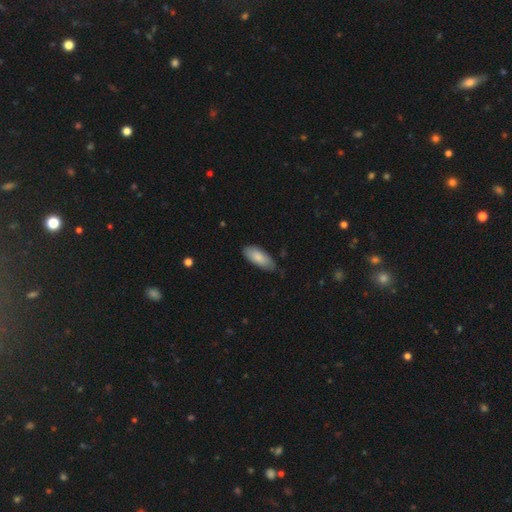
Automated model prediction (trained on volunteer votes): smooth-or-featured: smooth: 84% | featured or disk: 10% | star or artifact: 5%
  how-rounded: in between: 82% | cigar-shaped: 17% | round: 2%
  merging: none: 73% | minor disturbance: 23% | major disturbance: 3% | merger: 1%